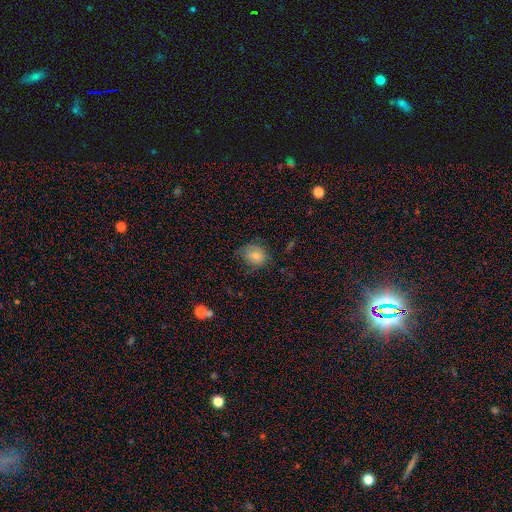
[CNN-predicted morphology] Smooth or featured?
  - smooth: 72% *
  - featured or disk: 17%
  - star or artifact: 10%
How rounded?
  - round: 58% *
  - in between: 41%
  - cigar-shaped: 1%
Merging?
  - none: 58% *
  - minor disturbance: 29%
  - major disturbance: 11%
  - merger: 2%